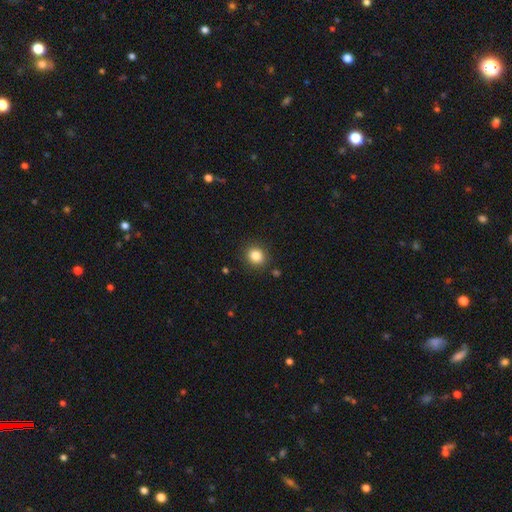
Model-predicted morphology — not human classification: A smooth galaxy with no disk features (84%) that is round (81%). Merging: none (89%).